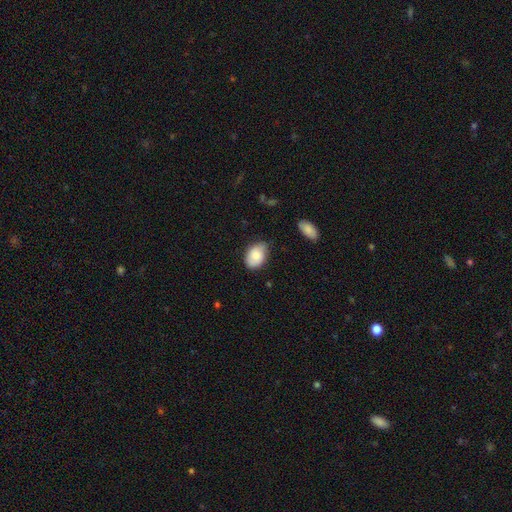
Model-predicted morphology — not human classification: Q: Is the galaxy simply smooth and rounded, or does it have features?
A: smooth — 80%.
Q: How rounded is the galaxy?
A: in between — 83%.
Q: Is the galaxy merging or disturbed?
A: none — 68%.